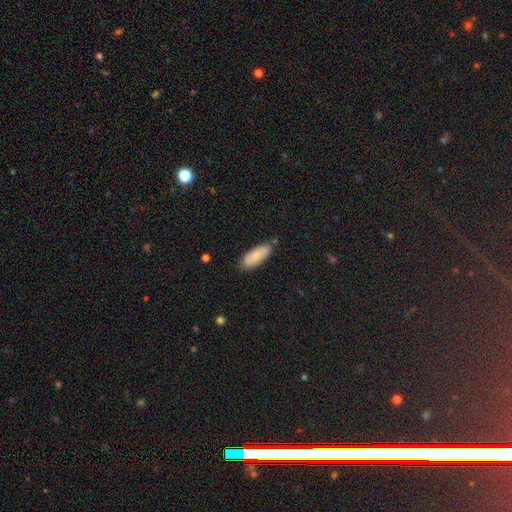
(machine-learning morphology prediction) A smooth galaxy with no disk features (82%) that is in between round and cigar-shaped (72%).

Vote fractions:
- Smooth or featured? smooth: 82% / featured or disk: 12% / star or artifact: 6%
- How rounded? in between: 72% / cigar-shaped: 27% / round: 2%
- Merging? none: 79% / minor disturbance: 15% / merger: 3% / major disturbance: 3%